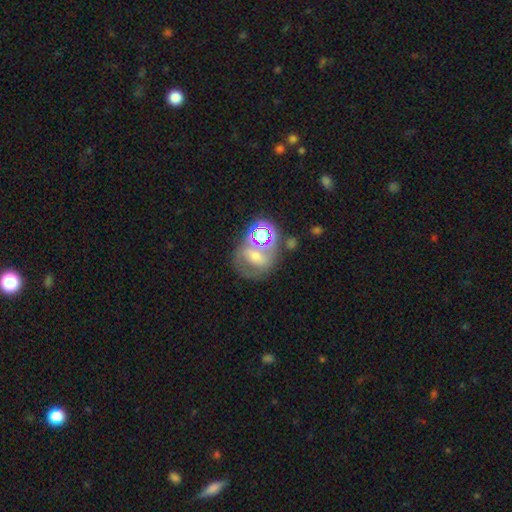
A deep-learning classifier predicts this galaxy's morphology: A featured or disk galaxy (42%). Merging: none (50%).